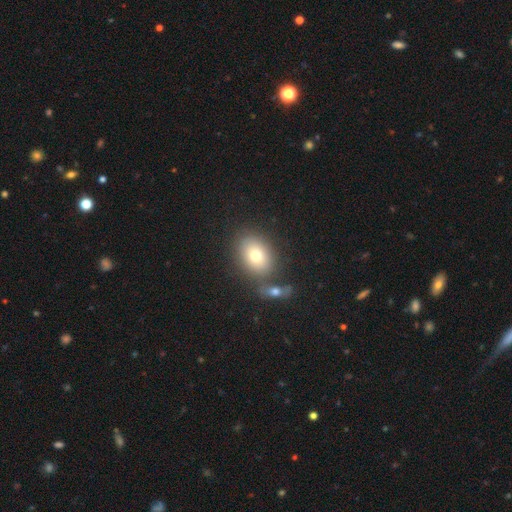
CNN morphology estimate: Q: Smooth or featured?
A: smooth (74%); runner-up: featured or disk (16%)
Q: How rounded?
A: in between (62%); runner-up: round (36%)
Q: Merging?
A: none (68%); runner-up: merger (17%)